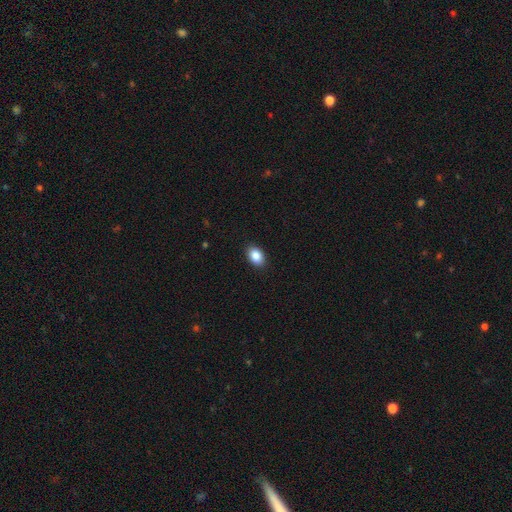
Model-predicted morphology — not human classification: This appears to be a smooth galaxy with no disk features (88%) that is in between round and cigar-shaped (84%). Merging: none (90%).